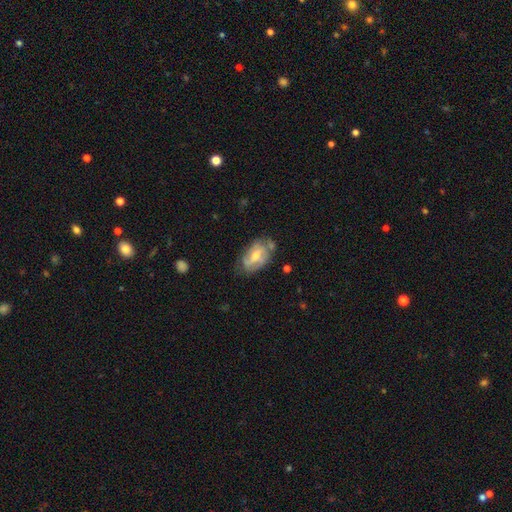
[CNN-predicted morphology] type=featured or disk (59%); edge-on=no (94%); bar=weak (45%); spiral arms=yes (70%); bulge=moderate (57%); merging=none (59%).